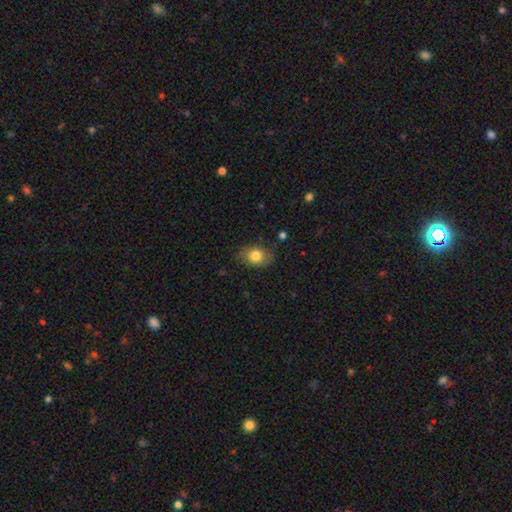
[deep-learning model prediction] smooth-or-featured: smooth: 80% | featured or disk: 11% | star or artifact: 9%
  how-rounded: in between: 66% | round: 33% | cigar-shaped: 1%
  merging: none: 74% | minor disturbance: 19% | major disturbance: 5% | merger: 2%